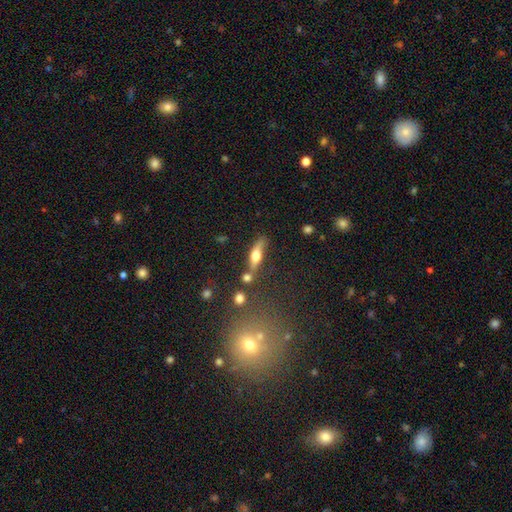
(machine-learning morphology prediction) Smooth or featured? Predicted: featured or disk (p=0.47). Merging? Predicted: none (p=0.66).